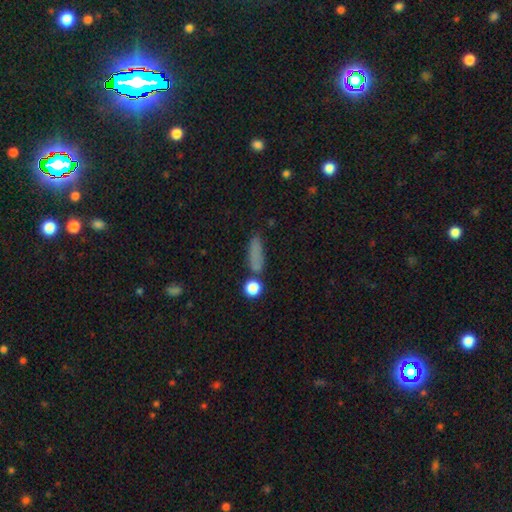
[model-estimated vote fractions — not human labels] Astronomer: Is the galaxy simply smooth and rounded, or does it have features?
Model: smooth — 75%.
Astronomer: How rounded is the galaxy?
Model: cigar-shaped — 53% (runner-up: in between, 39%).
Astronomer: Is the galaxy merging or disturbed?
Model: none — 70%.